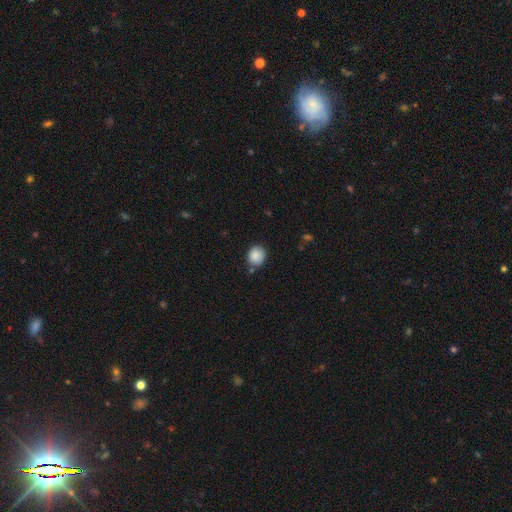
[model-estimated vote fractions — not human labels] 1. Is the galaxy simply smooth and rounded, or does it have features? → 88% smooth, 8% star or artifact, 4% featured or disk.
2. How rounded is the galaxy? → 77% round, 22% in between, 1% cigar-shaped.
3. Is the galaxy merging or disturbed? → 76% none, 16% minor disturbance, 5% merger, 3% major disturbance.